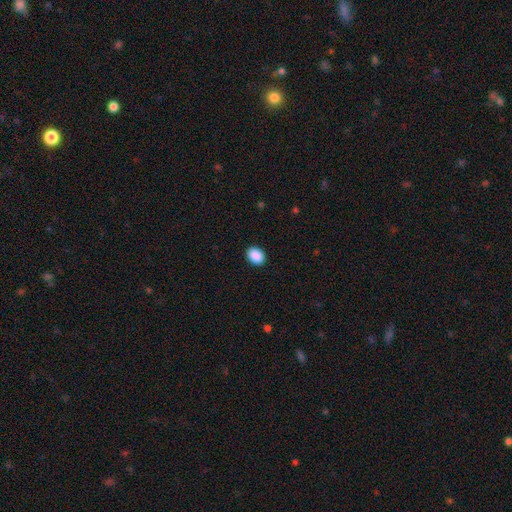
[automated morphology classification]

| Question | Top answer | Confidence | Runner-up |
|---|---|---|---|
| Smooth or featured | smooth | 90% | star or artifact (7%) |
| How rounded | in between | 68% | round (31%) |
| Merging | none | 91% | minor disturbance (7%) |